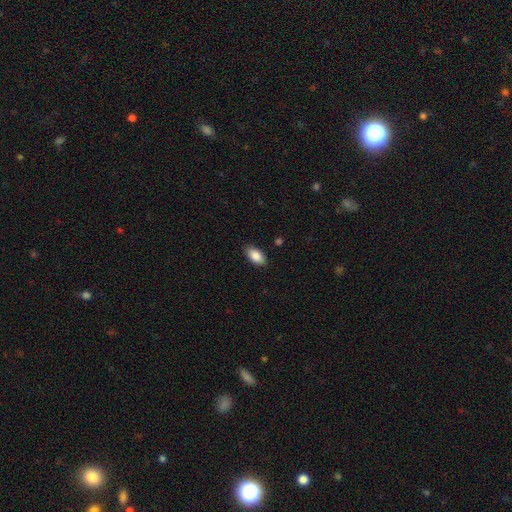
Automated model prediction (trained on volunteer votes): Smooth or featured?
  - smooth: 88% *
  - star or artifact: 7%
  - featured or disk: 6%
How rounded?
  - in between: 94% *
  - cigar-shaped: 3%
  - round: 3%
Merging?
  - none: 88% *
  - minor disturbance: 9%
  - major disturbance: 2%
  - merger: 1%